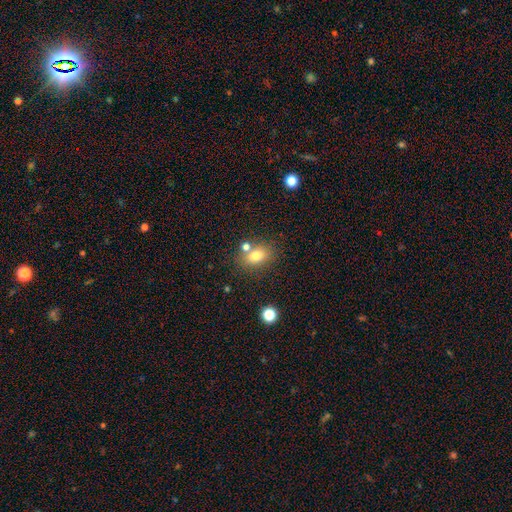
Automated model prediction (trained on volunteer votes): Smooth or featured?
  - smooth: 77% *
  - featured or disk: 12%
  - star or artifact: 11%
How rounded?
  - in between: 74% *
  - round: 23%
  - cigar-shaped: 2%
Merging?
  - none: 66% *
  - merger: 17%
  - minor disturbance: 13%
  - major disturbance: 4%